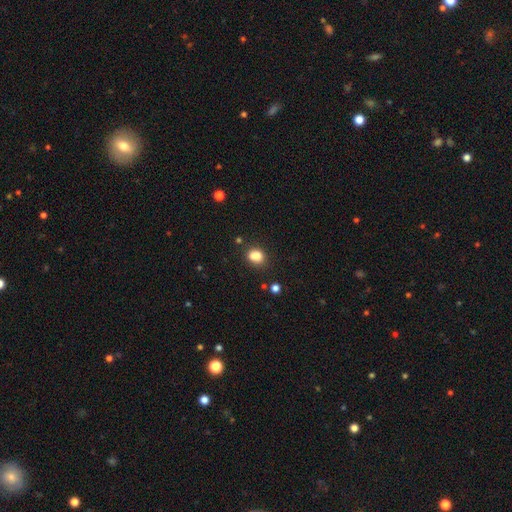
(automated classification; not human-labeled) A smooth galaxy with no disk features (80%) that is in between round and cigar-shaped (52%).

Vote fractions:
- Smooth or featured? smooth: 80% / star or artifact: 12% / featured or disk: 7%
- How rounded? in between: 52% / round: 46% / cigar-shaped: 1%
- Merging? none: 62% / minor disturbance: 17% / merger: 16% / major disturbance: 5%